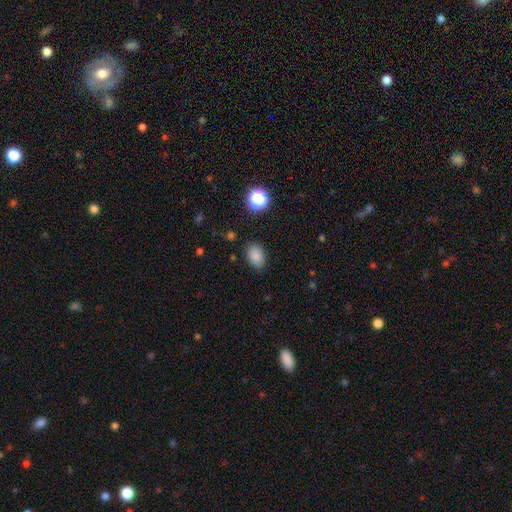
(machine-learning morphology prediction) type=smooth (83%); roundness=in between (77%); merging=none (82%).